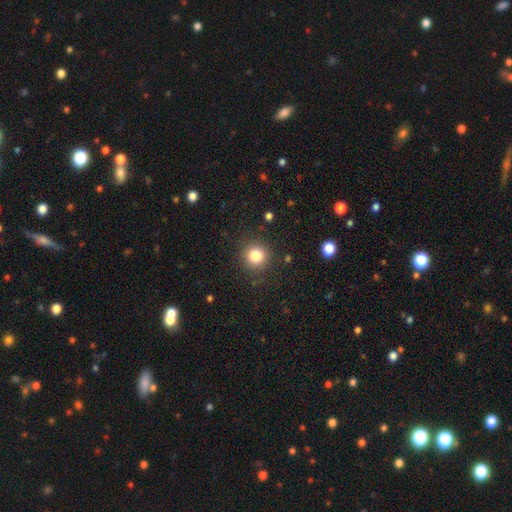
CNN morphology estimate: smooth_or_featured: smooth (p=0.82) [alt: star or artifact p=0.12]
how_rounded: round (p=0.93) [alt: in between p=0.06]
merging: none (p=0.89) [alt: minor disturbance p=0.07]